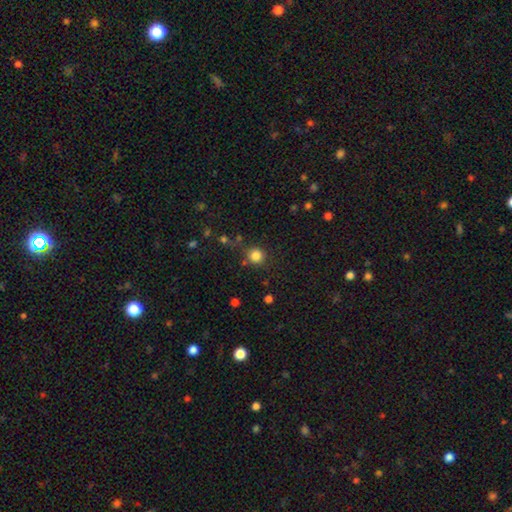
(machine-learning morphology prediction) smooth-or-featured: smooth: 83% | star or artifact: 12% | featured or disk: 5%
  how-rounded: round: 91% | in between: 9% | cigar-shaped: 1%
  merging: none: 79% | minor disturbance: 11% | merger: 6% | major disturbance: 4%